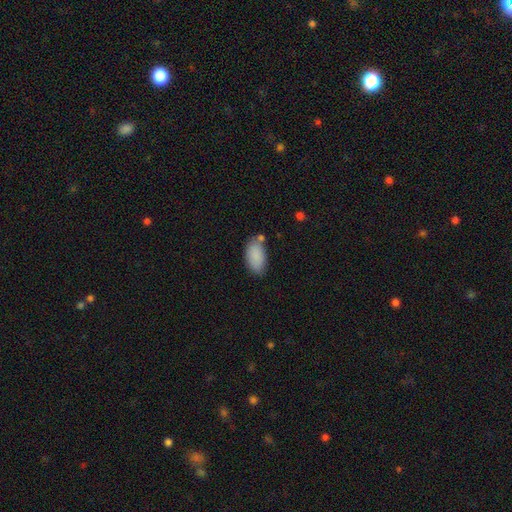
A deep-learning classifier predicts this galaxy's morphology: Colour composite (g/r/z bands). It shows a smooth galaxy with no disk features (88%) that is in between round and cigar-shaped (94%). Merging: none (69%).